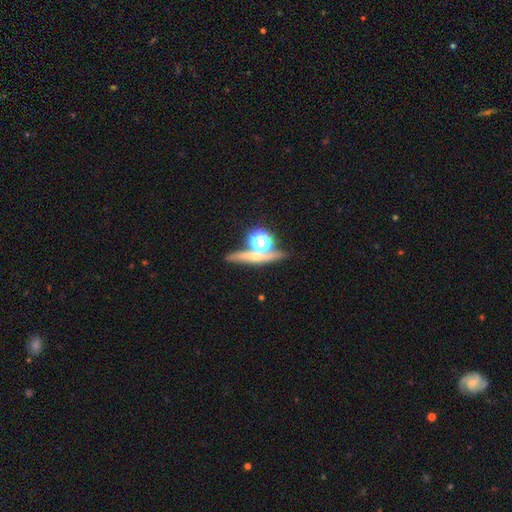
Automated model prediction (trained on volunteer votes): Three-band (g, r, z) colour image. It shows a smooth galaxy with no disk features (38%). Merging: none (66%).